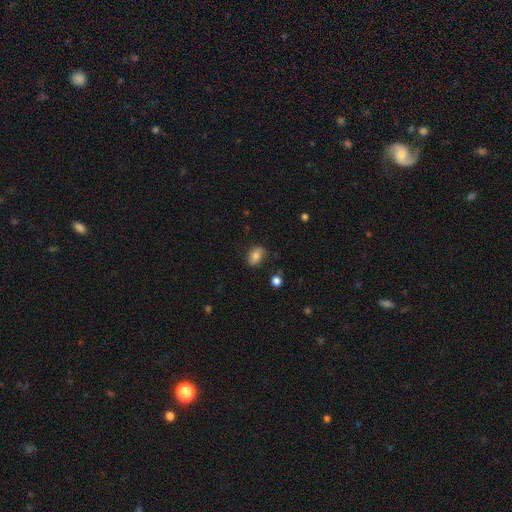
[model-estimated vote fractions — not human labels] Smooth or featured? Predicted: smooth (p=0.77). How rounded? Predicted: in between (p=0.82). Merging? Predicted: none (p=0.79).